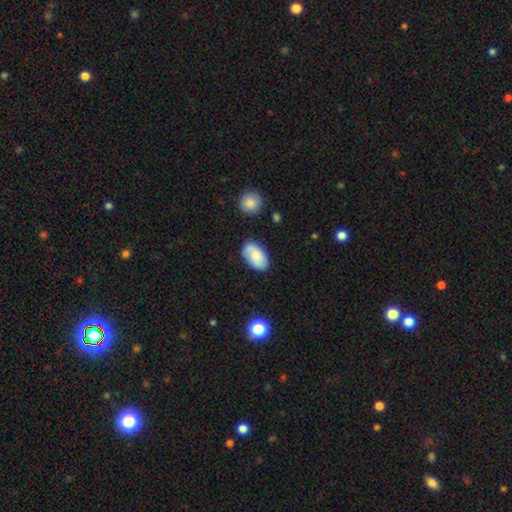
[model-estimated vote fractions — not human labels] Smooth or featured: smooth — 68% (featured or disk — 25%)
How rounded: in between — 92% (round — 6%)
Merging: none — 77% (minor disturbance — 17%)